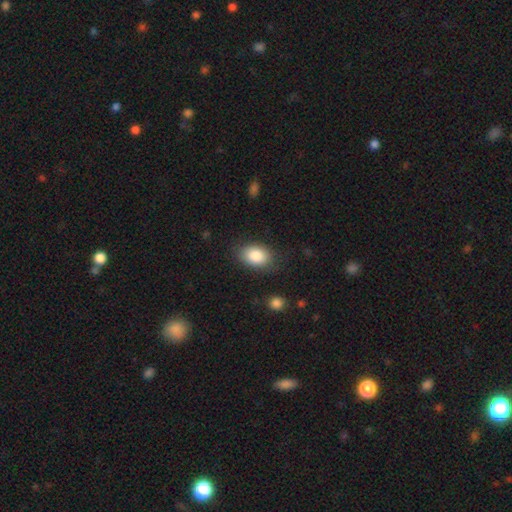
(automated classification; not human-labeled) Smooth or featured? smooth (86%)
How rounded? in between (85%)
Merging? none (81%)